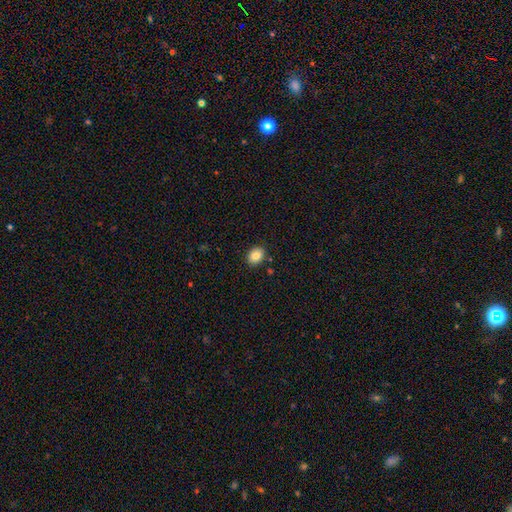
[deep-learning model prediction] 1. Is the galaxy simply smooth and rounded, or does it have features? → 85% smooth, 9% star or artifact, 7% featured or disk.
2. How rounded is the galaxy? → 59% in between, 40% round, 1% cigar-shaped.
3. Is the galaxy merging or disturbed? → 88% none, 8% minor disturbance, 2% major disturbance, 2% merger.